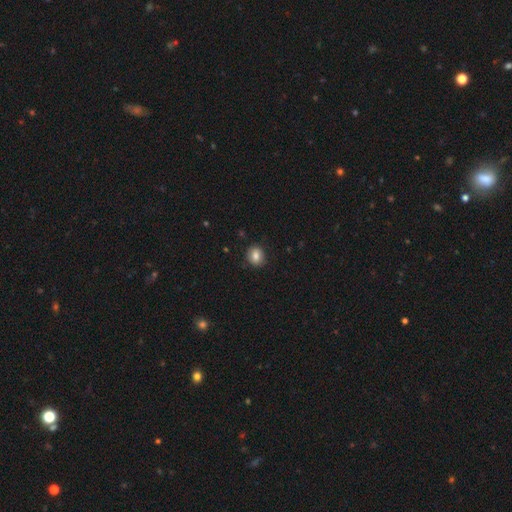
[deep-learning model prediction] This appears to be a smooth galaxy with no disk features (83%) that is round (66%). Merging: none (87%).